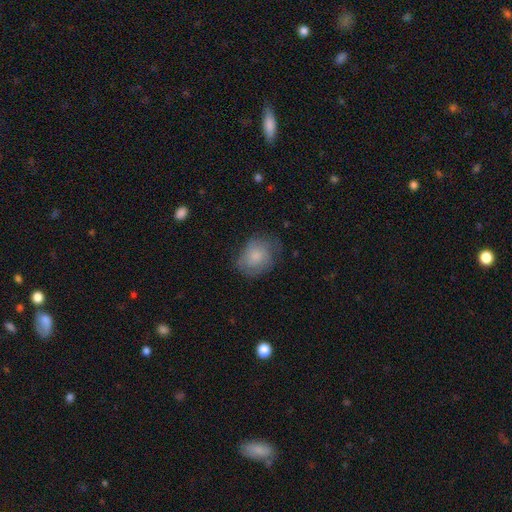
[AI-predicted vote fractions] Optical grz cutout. It shows a smooth galaxy with no disk features (71%) that is round (54%). Merging: none (58%).